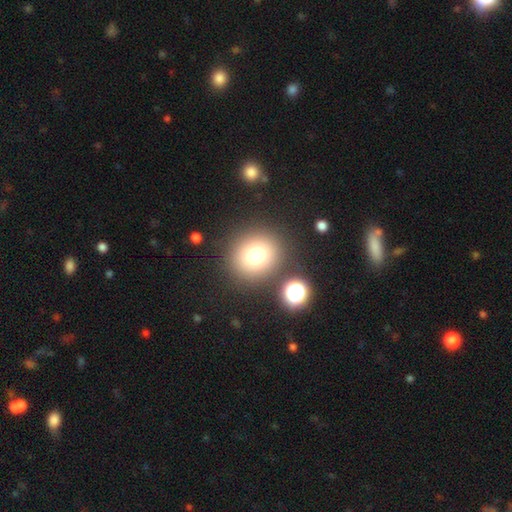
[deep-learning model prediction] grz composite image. It shows a smooth galaxy with no disk features (75%) that is round (88%). Merging: none (83%).